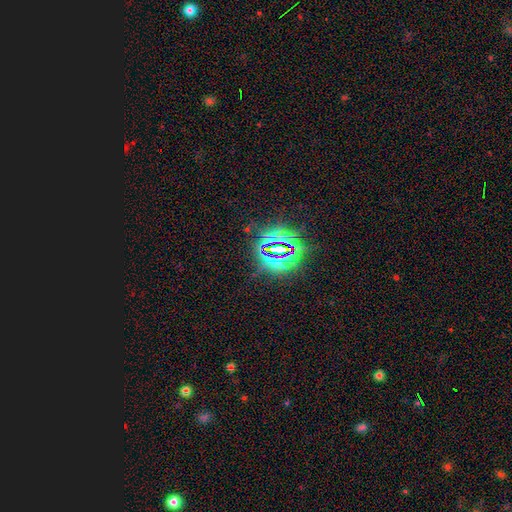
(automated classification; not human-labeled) This is clearly a star or artifact rather than a galaxy (84%).